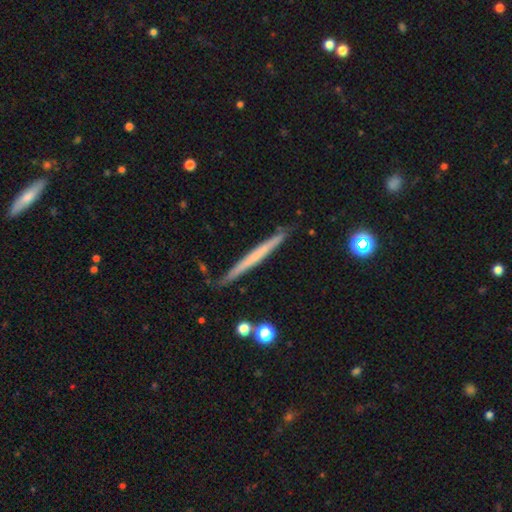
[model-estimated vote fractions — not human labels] smooth_or_featured: featured or disk (p=0.50) [alt: smooth p=0.45]
merging: none (p=0.87) [alt: minor disturbance p=0.10]